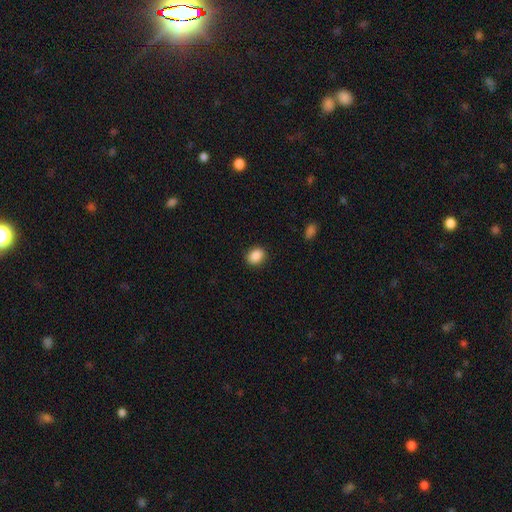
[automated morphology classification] Overall: smooth (89%). How rounded: in between (54%; round 45%). Merging: none (90%).